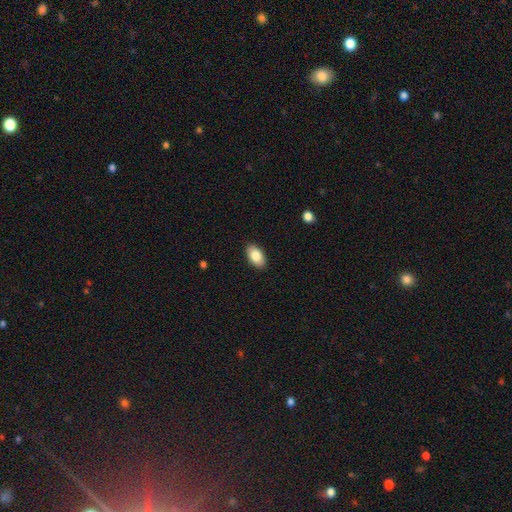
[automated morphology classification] smooth 84%, featured or disk 9%, star or artifact 7%. Down the decision tree: how rounded — in between (94%); merging — none (89%).